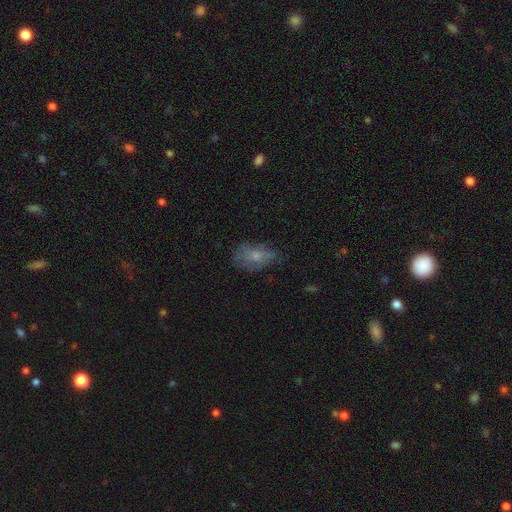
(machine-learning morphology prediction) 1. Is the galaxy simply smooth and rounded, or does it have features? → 57% smooth, 33% featured or disk, 11% star or artifact.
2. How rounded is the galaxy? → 83% in between, 14% round, 2% cigar-shaped.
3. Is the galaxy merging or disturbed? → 53% none, 29% minor disturbance, 16% major disturbance, 2% merger.